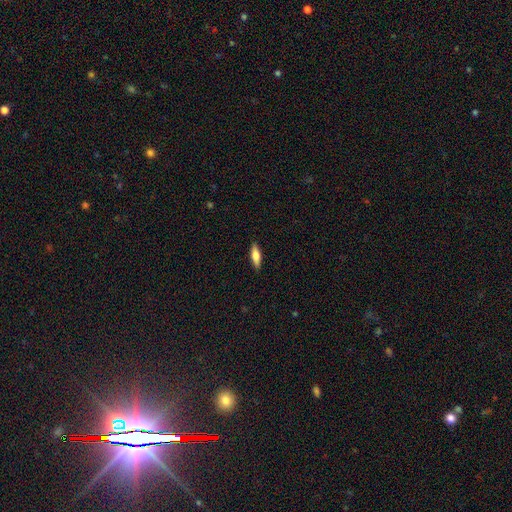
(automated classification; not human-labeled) Smooth or featured: smooth — 65% (featured or disk — 29%)
How rounded: cigar-shaped — 50% (in between — 48%)
Merging: none — 89% (minor disturbance — 8%)